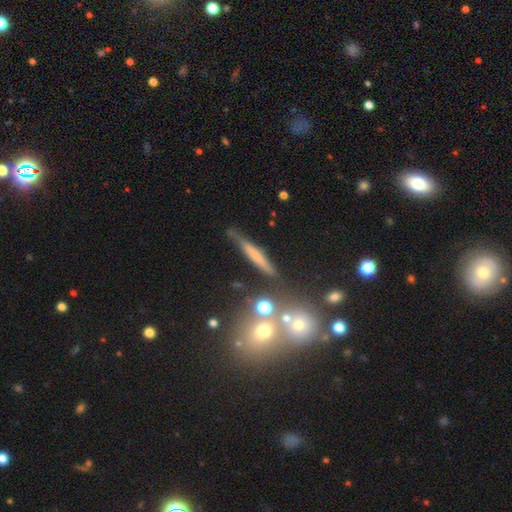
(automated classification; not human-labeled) The model was most divided on "smooth or featured": smooth: 52%, featured or disk: 37%, star or artifact: 11%. More confident: how rounded — cigar-shaped (87%); merging — none (75%).